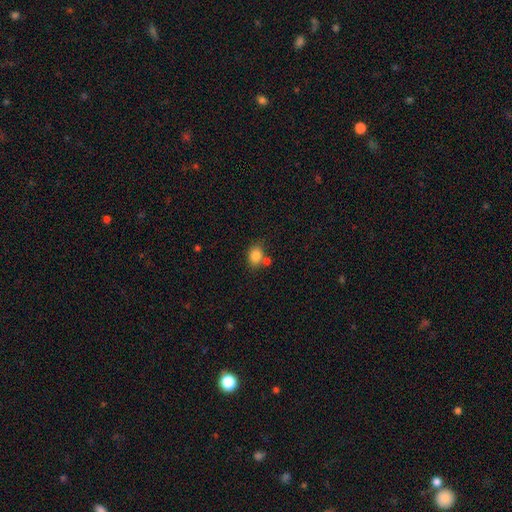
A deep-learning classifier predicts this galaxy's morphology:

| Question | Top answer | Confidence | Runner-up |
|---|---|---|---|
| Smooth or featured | smooth | 84% | star or artifact (10%) |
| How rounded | in between | 60% | round (39%) |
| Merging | none | 61% | merger (20%) |